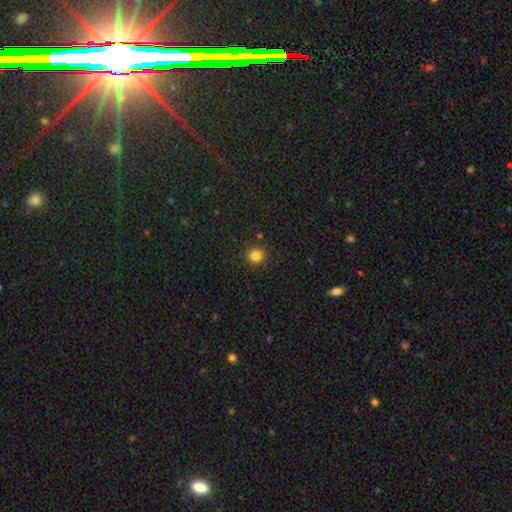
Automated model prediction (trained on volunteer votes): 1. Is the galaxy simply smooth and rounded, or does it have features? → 83% smooth, 13% star or artifact, 4% featured or disk.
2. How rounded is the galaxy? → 93% round, 6% in between, 1% cigar-shaped.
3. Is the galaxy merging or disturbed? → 90% none, 6% minor disturbance, 2% major disturbance, 2% merger.